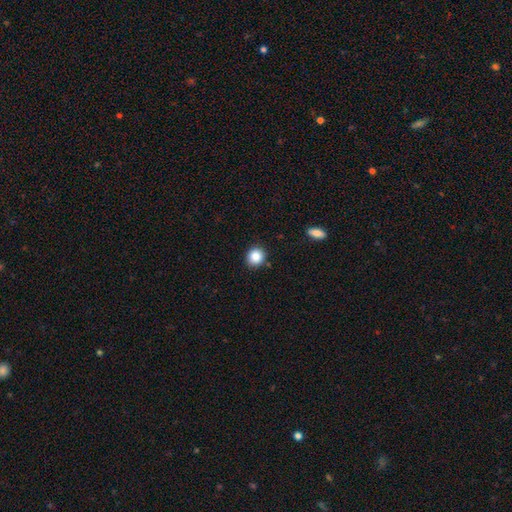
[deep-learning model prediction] Overall: smooth (86%). How rounded: round (84%). Merging: none (90%).